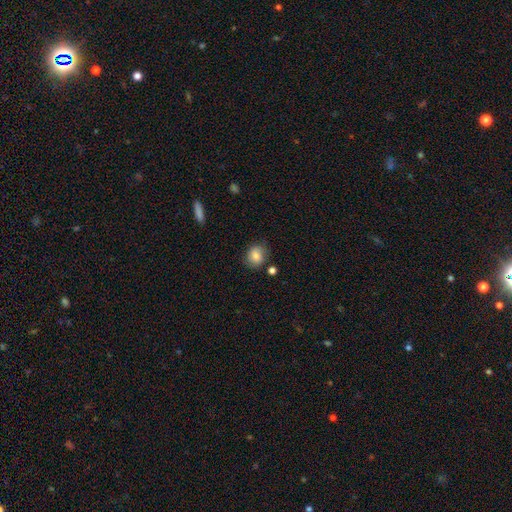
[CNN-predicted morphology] smooth-or-featured: smooth: 80% | featured or disk: 10% | star or artifact: 9%
  how-rounded: round: 70% | in between: 29% | cigar-shaped: 1%
  merging: none: 78% | minor disturbance: 15% | merger: 4% | major disturbance: 4%